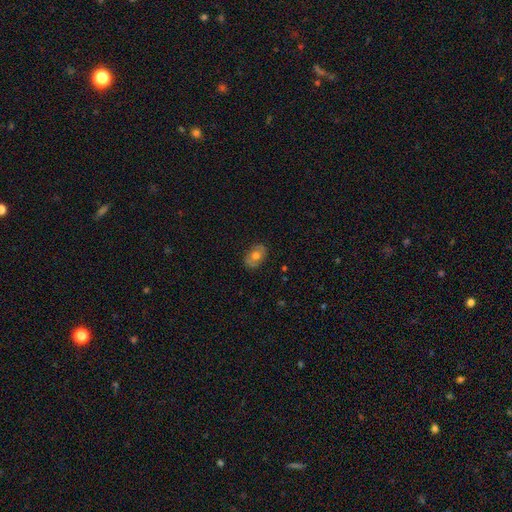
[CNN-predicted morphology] smooth_or_featured: smooth (p=0.65) [alt: featured or disk p=0.27]
how_rounded: in between (p=0.81) [alt: round p=0.18]
merging: none (p=0.83) [alt: minor disturbance p=0.13]